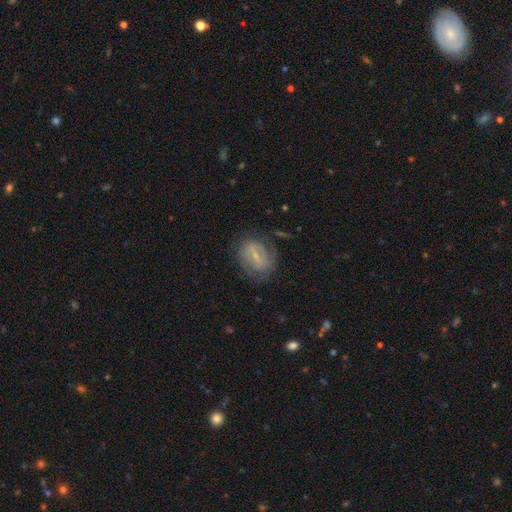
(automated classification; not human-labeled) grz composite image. It shows a featured or disk galaxy (58%) with a weak bar (47%), spiral arms (58%) and a small central bulge (67%). Merging: none (66%).